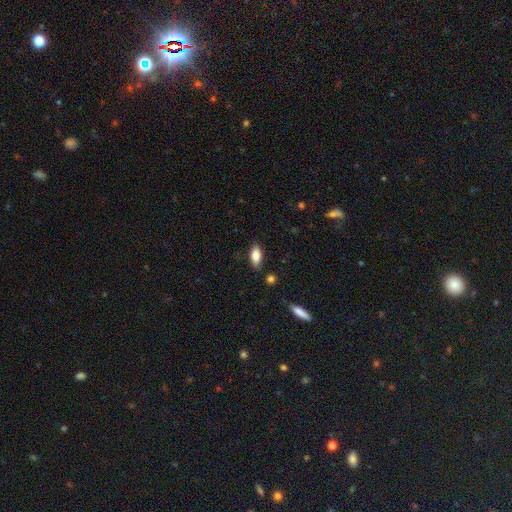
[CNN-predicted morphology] Smooth or featured? Predicted: smooth (p=0.83). How rounded? Predicted: in between (p=0.87). Merging? Predicted: none (p=0.85).